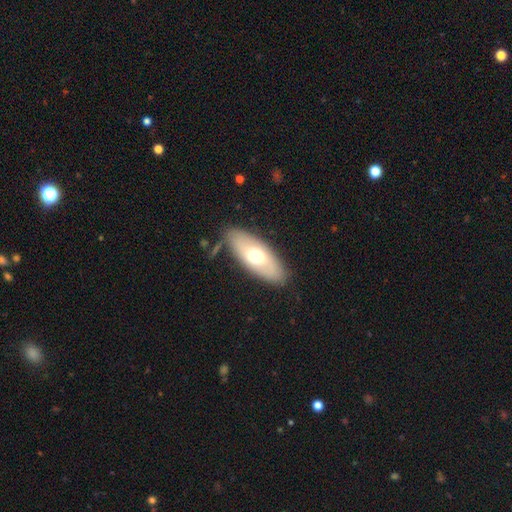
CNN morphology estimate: This is possibly a smooth galaxy (59%). How rounded: clearly in between (83%). Merging: clearly none (82%).